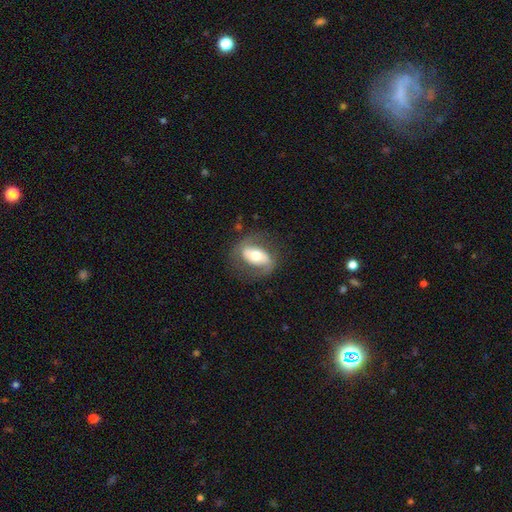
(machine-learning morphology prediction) featured or disk 63%, smooth 31%, star or artifact 6%. Down the decision tree: edge-on disk — no (93%); bar — no (37%); spiral arms — yes (69%); bulge size — moderate (66%); merging — none (71%).